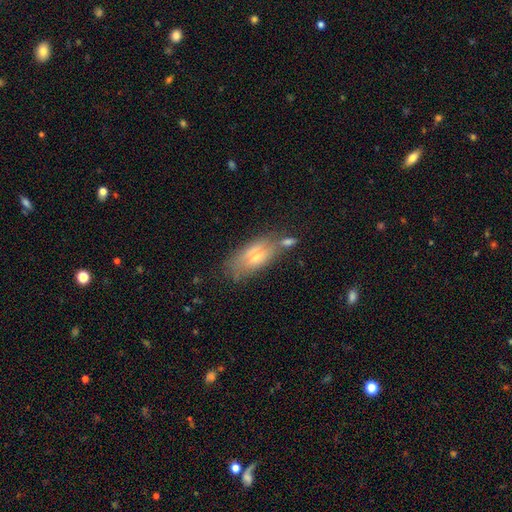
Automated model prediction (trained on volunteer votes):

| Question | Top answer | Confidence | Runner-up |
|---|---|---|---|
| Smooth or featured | smooth | 51% | featured or disk (39%) |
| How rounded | in between | 81% | cigar-shaped (14%) |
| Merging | none | 54% | minor disturbance (22%) |